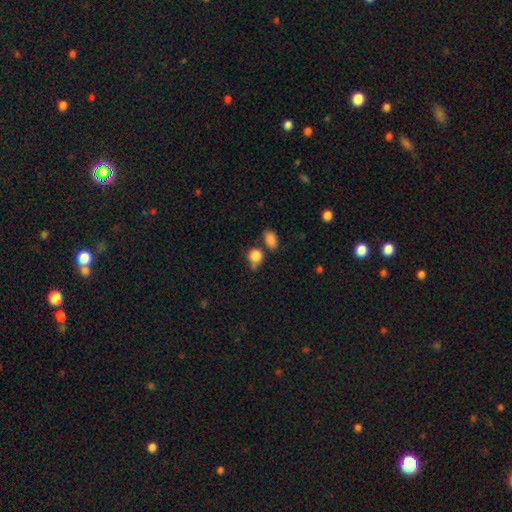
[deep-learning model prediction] Q: Smooth or featured?
A: smooth (85%); runner-up: star or artifact (9%)
Q: How rounded?
A: round (67%); runner-up: in between (32%)
Q: Merging?
A: none (53%); runner-up: minor disturbance (20%)